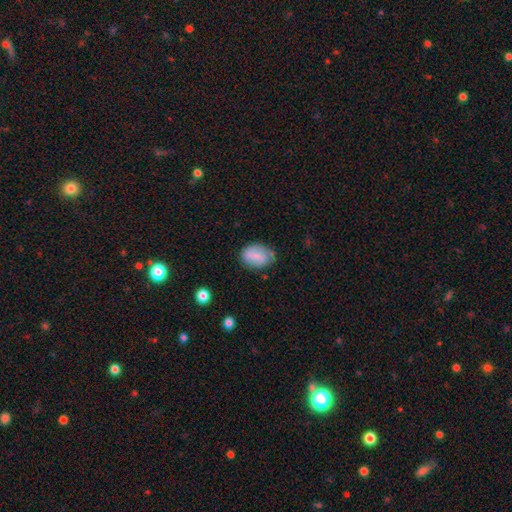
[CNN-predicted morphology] A smooth galaxy with no disk features (70%) that is in between round and cigar-shaped (75%).

Vote fractions:
- Smooth or featured? smooth: 70% / featured or disk: 23% / star or artifact: 8%
- How rounded? in between: 75% / round: 23% / cigar-shaped: 2%
- Merging? none: 64% / minor disturbance: 27% / major disturbance: 7% / merger: 3%